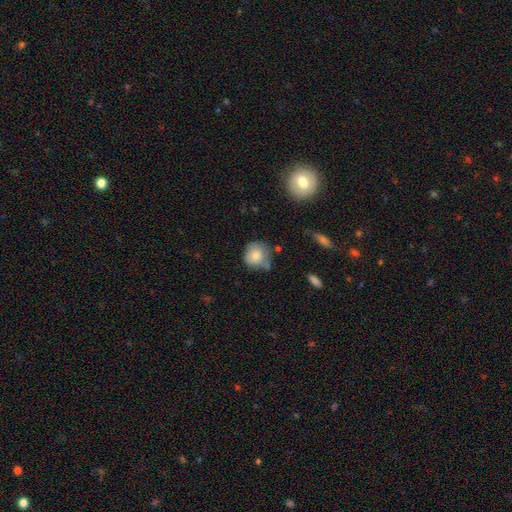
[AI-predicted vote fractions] smooth_or_featured: smooth (p=0.79) [alt: featured or disk p=0.13]
how_rounded: round (p=0.84) [alt: in between p=0.14]
merging: none (p=0.51) [alt: minor disturbance p=0.31]